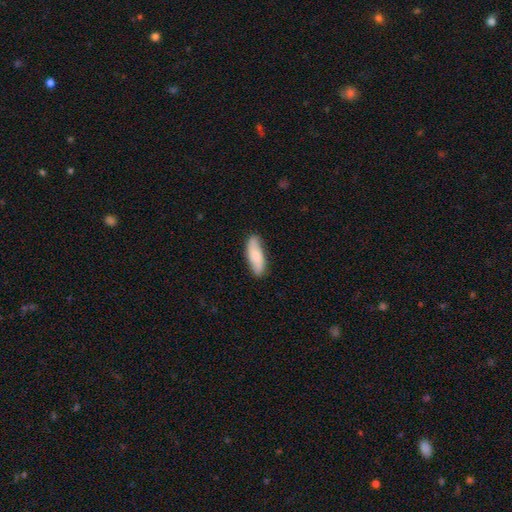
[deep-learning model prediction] Smooth or featured?
  - smooth: 71% *
  - featured or disk: 23%
  - star or artifact: 5%
How rounded?
  - in between: 59% *
  - cigar-shaped: 39%
  - round: 2%
Merging?
  - none: 83% *
  - minor disturbance: 14%
  - major disturbance: 2%
  - merger: 1%